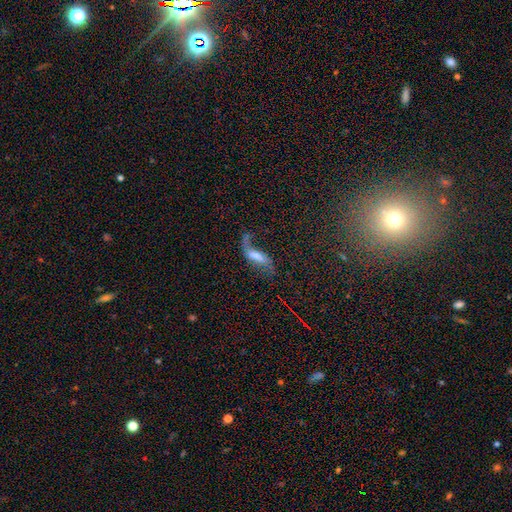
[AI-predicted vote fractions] Smooth or featured: featured or disk — 55% (smooth — 31%)
Edge-on disk: no — 84% (yes — 16%)
Merging: major disturbance — 40% (none — 31%)